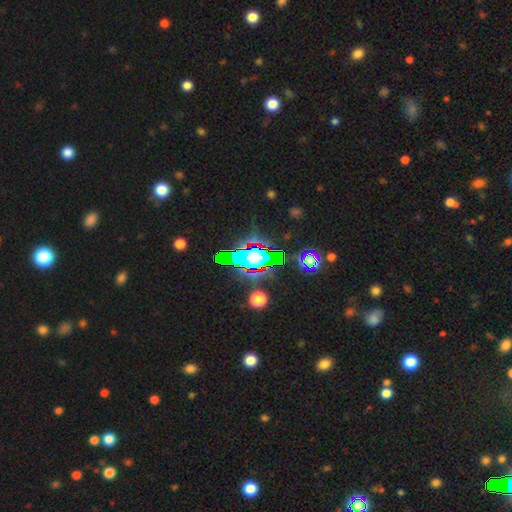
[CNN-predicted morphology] smooth-or-featured: star or artifact: 56% | smooth: 25% | featured or disk: 19%